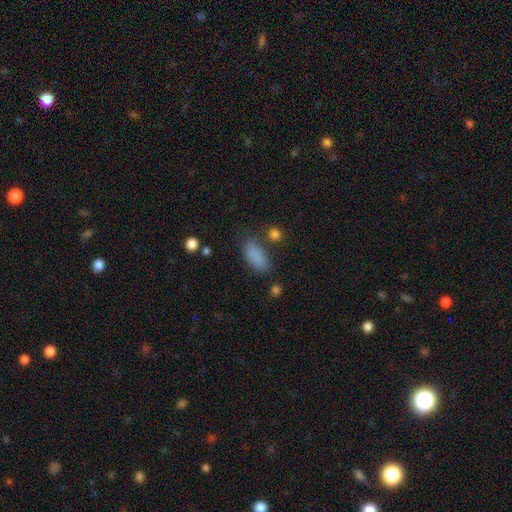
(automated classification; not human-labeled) A smooth galaxy with no disk features (84%) that is in between round and cigar-shaped (88%). Merging: none (63%).